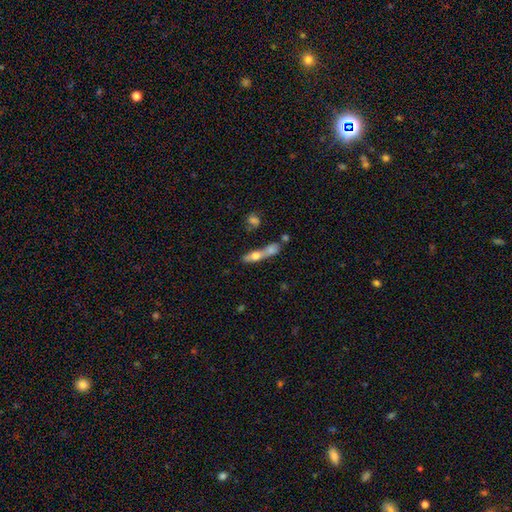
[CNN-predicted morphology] Overall: smooth (56%; featured or disk 35%). How rounded: cigar-shaped (55%; in between 37%). Merging: merger (49%; none 31%).